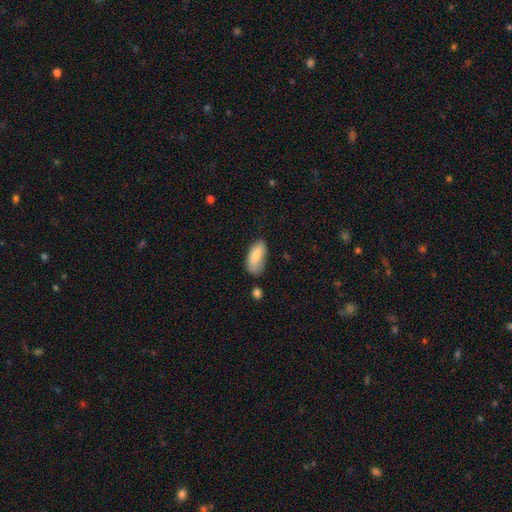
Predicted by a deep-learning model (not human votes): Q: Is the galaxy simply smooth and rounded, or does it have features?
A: smooth — 84%.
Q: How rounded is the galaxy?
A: in between — 88%.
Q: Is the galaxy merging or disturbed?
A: none — 62%.